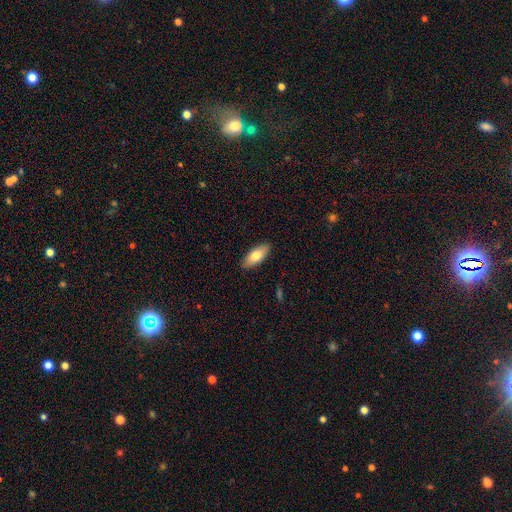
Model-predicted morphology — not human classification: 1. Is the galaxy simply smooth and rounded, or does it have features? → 77% smooth, 17% featured or disk, 6% star or artifact.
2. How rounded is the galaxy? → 84% in between, 14% cigar-shaped, 2% round.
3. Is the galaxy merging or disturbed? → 89% none, 8% minor disturbance, 2% major disturbance, 1% merger.